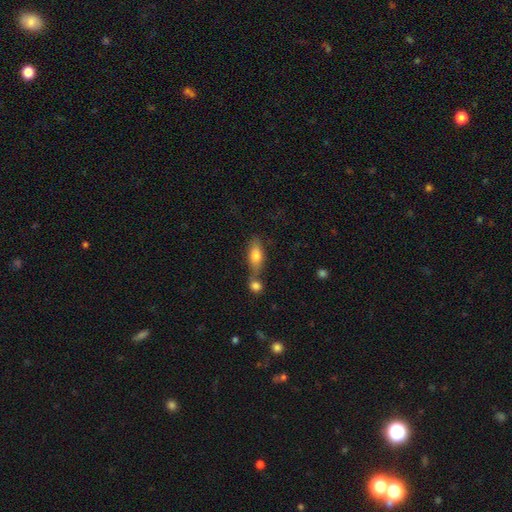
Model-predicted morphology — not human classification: Smooth or featured?
  - smooth: 74% *
  - featured or disk: 19%
  - star or artifact: 7%
How rounded?
  - in between: 74% *
  - cigar-shaped: 21%
  - round: 5%
Merging?
  - none: 44% *
  - merger: 39%
  - minor disturbance: 12%
  - major disturbance: 5%